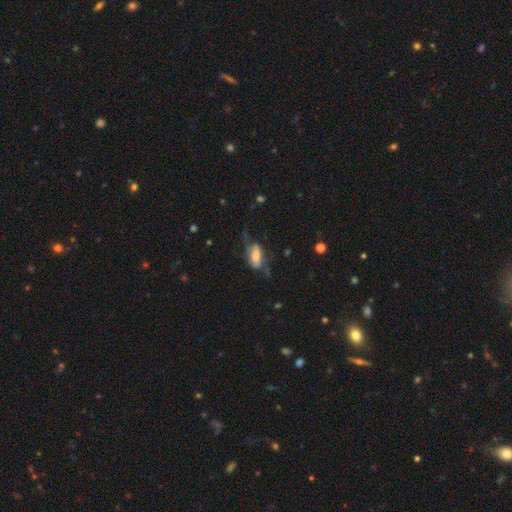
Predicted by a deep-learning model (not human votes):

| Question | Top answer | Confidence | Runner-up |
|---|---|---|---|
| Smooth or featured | smooth | 49% | featured or disk (43%) |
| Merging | none | 38% | major disturbance (33%) |